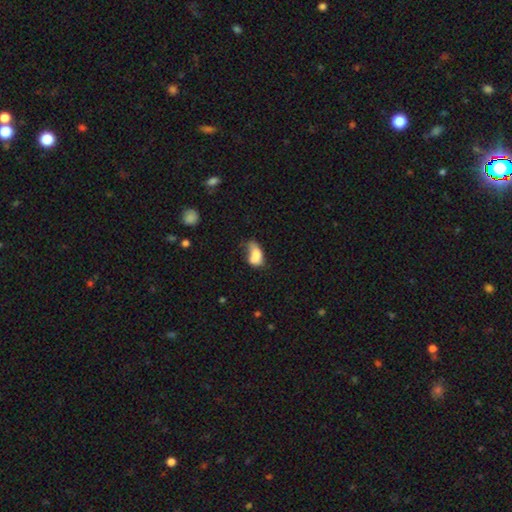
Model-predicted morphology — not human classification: Q: Smooth or featured?
A: smooth (75%); runner-up: featured or disk (16%)
Q: How rounded?
A: in between (89%); runner-up: round (7%)
Q: Merging?
A: minor disturbance (33%); runner-up: major disturbance (30%)